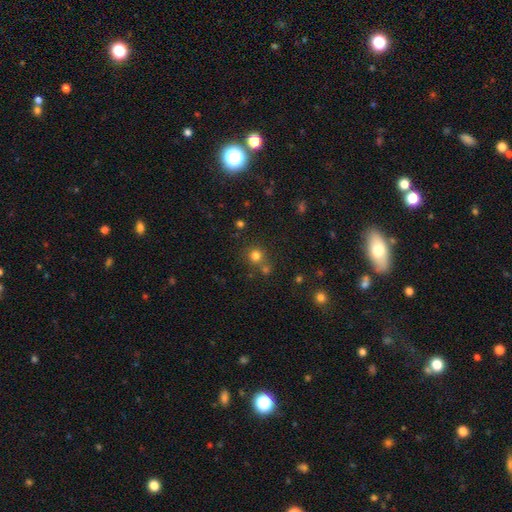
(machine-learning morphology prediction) Overall: smooth (76%). How rounded: round (91%). Merging: none (66%).